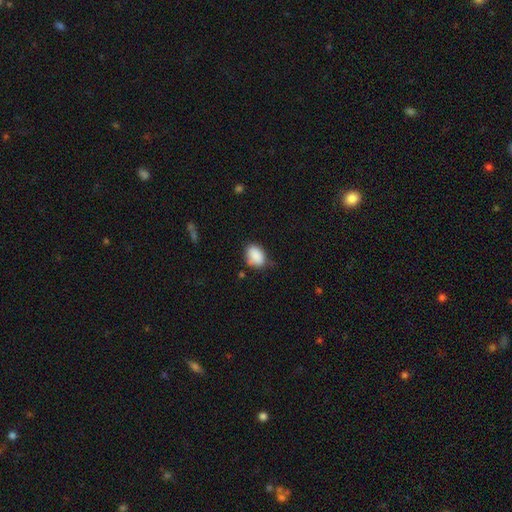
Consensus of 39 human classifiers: This appears to be a smooth galaxy with no disk features (97%) that is in between round and cigar-shaped (87%). Merging: none (84%).